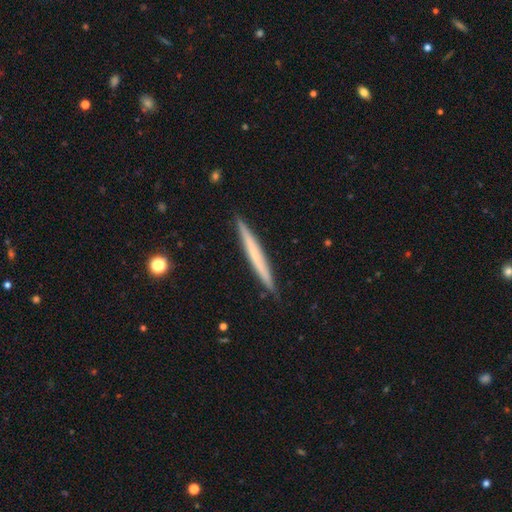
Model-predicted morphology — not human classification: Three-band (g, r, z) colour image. It shows a smooth galaxy with no disk features (49%). Merging: none (92%).